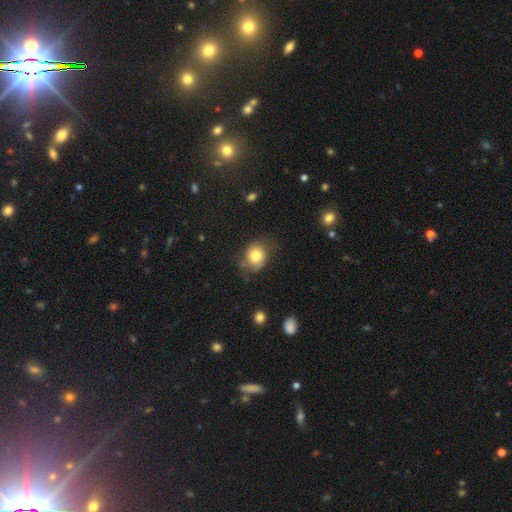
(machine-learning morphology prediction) Smooth or featured: smooth — 80% (featured or disk — 11%)
How rounded: round — 67% (in between — 32%)
Merging: none — 66% (minor disturbance — 23%)